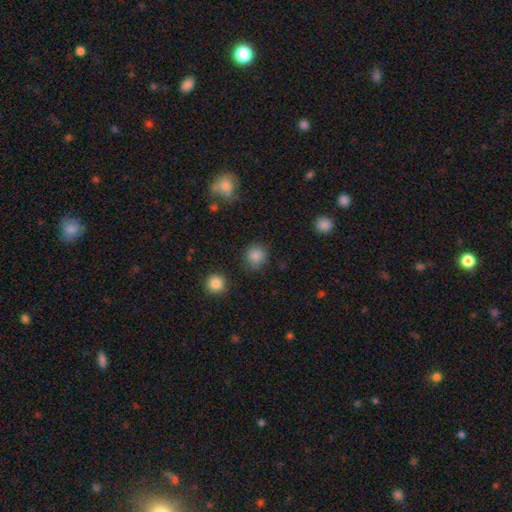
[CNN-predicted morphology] This appears to be a smooth galaxy with no disk features (85%) that is round (89%). Merging: none (82%).